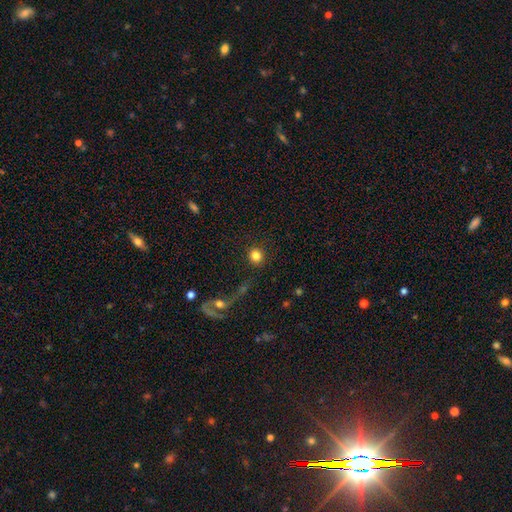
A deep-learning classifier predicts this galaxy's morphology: smooth_or_featured: smooth (p=0.83) [alt: star or artifact p=0.09]
how_rounded: round (p=0.89) [alt: in between p=0.09]
merging: none (p=0.86) [alt: minor disturbance p=0.06]